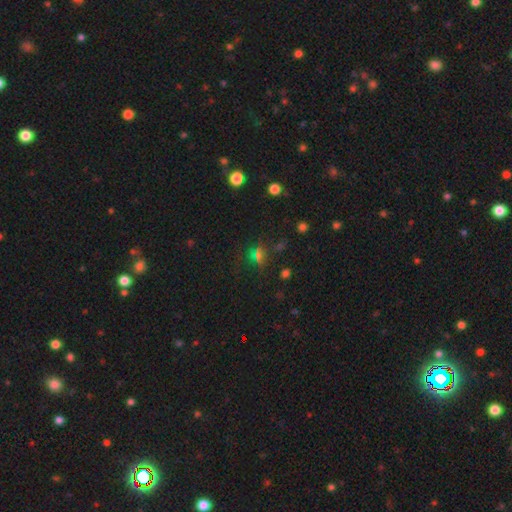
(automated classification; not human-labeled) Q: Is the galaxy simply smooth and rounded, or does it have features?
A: star or artifact — 47%.